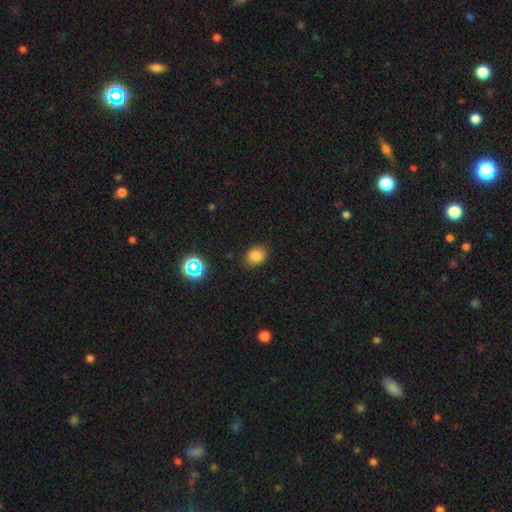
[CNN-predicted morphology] The model was most divided on "how rounded": in between: 52%, round: 47%, cigar-shaped: 1%. More confident: merging — none (84%); smooth or featured — smooth (80%).